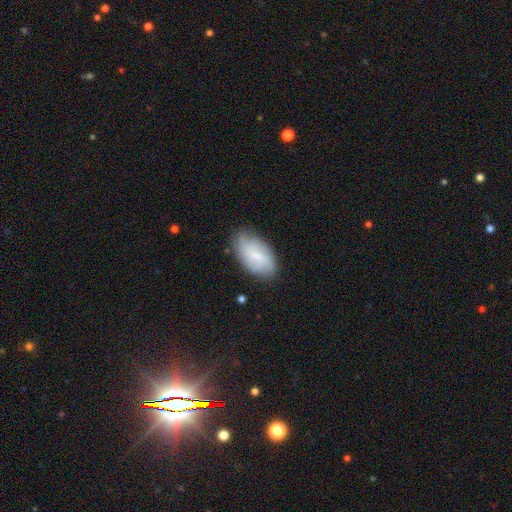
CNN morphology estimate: Overall: smooth (58%; featured or disk 35%). How rounded: in between (94%). Merging: none (74%).